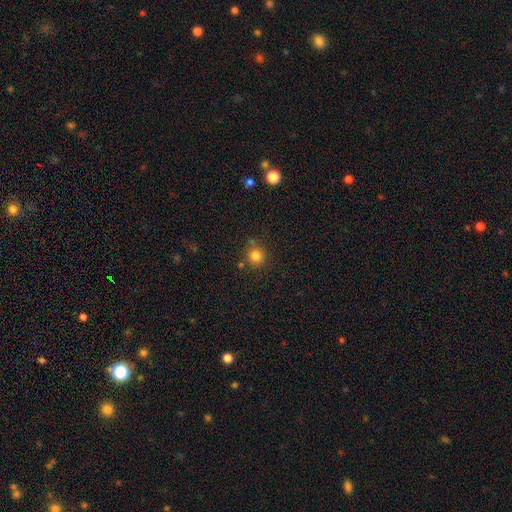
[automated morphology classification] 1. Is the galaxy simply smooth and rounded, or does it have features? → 81% smooth, 13% star or artifact, 6% featured or disk.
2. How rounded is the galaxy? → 92% round, 7% in between, 1% cigar-shaped.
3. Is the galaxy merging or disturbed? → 80% none, 9% minor disturbance, 8% merger, 3% major disturbance.